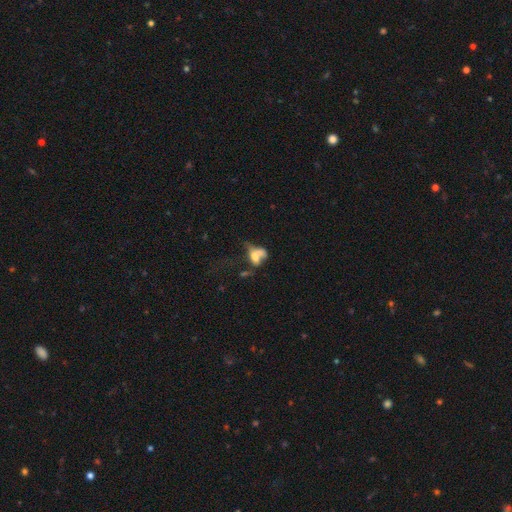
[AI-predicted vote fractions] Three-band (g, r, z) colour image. It shows a smooth galaxy with no disk features (49%). Merging: merger (42%).